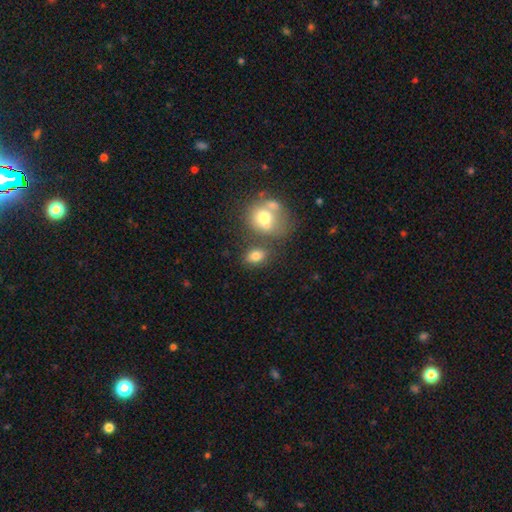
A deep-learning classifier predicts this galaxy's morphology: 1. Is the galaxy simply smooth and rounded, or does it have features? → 79% smooth, 11% star or artifact, 11% featured or disk.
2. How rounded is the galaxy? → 72% in between, 26% round, 2% cigar-shaped.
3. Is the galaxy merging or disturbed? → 64% none, 19% merger, 12% minor disturbance, 5% major disturbance.